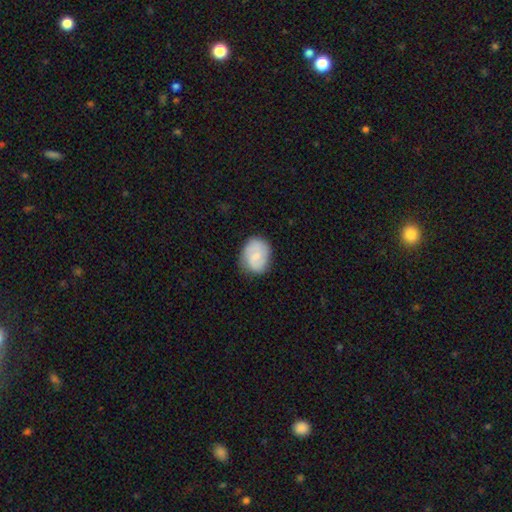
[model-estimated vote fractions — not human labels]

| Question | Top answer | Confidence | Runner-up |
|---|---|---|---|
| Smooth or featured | smooth | 47% | featured or disk (46%) |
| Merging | none | 75% | minor disturbance (19%) |